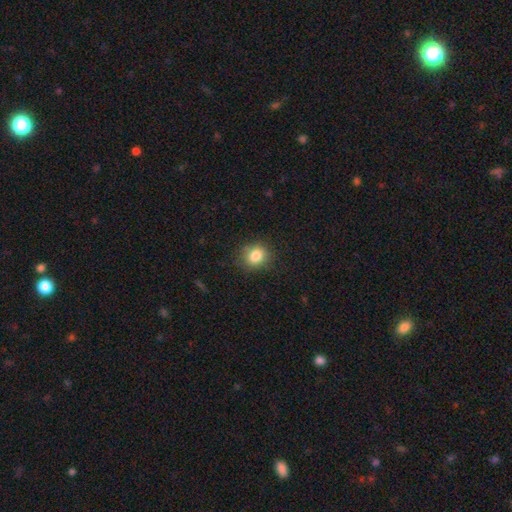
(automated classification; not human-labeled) smooth_or_featured: smooth (p=0.83) [alt: star or artifact p=0.11]
how_rounded: round (p=0.67) [alt: in between p=0.32]
merging: none (p=0.83) [alt: minor disturbance p=0.13]